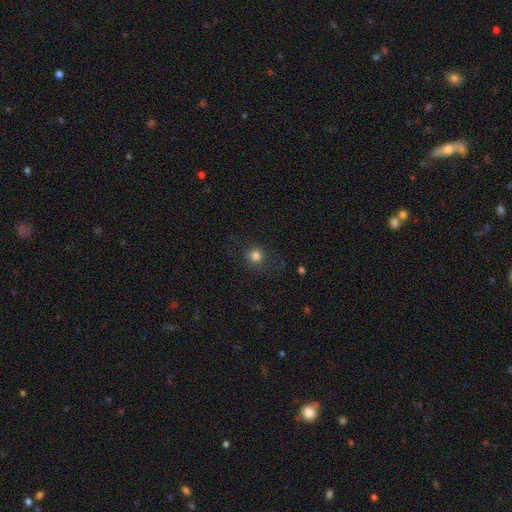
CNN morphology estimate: The model was most divided on "smooth or featured": smooth: 81%, star or artifact: 13%, featured or disk: 6%. More confident: how rounded — round (90%); merging — none (81%).